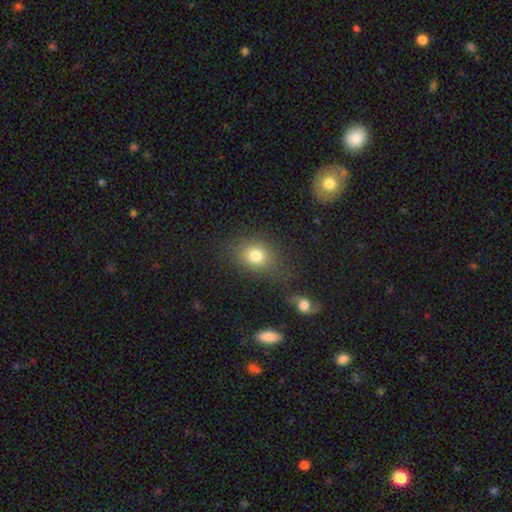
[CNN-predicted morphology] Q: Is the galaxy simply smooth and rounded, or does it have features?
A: smooth — 78%.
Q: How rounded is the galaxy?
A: round — 50%.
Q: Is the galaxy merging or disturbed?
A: none — 71%.